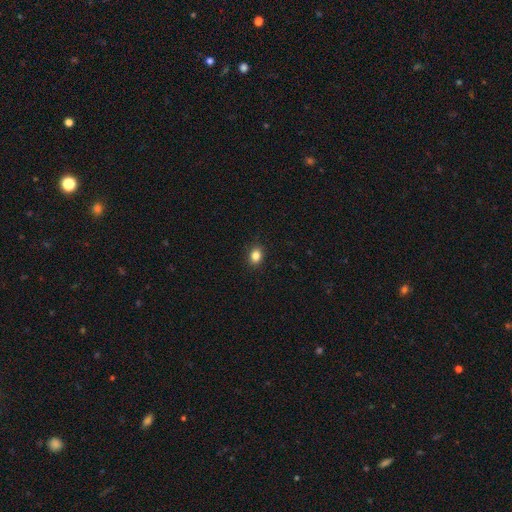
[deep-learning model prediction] Smooth or featured?
  - smooth: 84% *
  - star or artifact: 11%
  - featured or disk: 5%
How rounded?
  - in between: 54% *
  - round: 45%
  - cigar-shaped: 1%
Merging?
  - none: 89% *
  - minor disturbance: 8%
  - major disturbance: 2%
  - merger: 1%